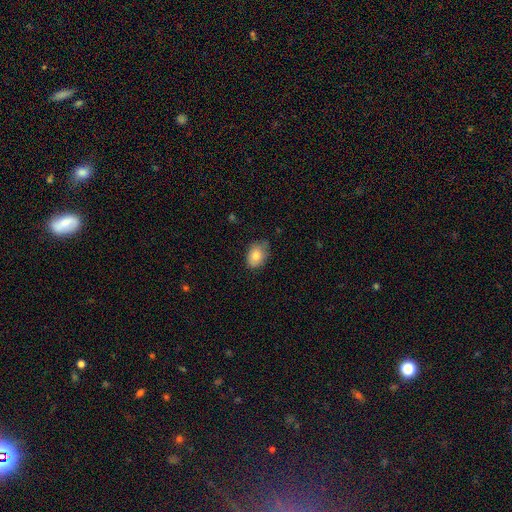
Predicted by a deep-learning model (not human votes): smooth-or-featured: smooth: 81% | featured or disk: 11% | star or artifact: 8%
  how-rounded: in between: 77% | round: 22% | cigar-shaped: 1%
  merging: none: 67% | minor disturbance: 27% | major disturbance: 5% | merger: 1%